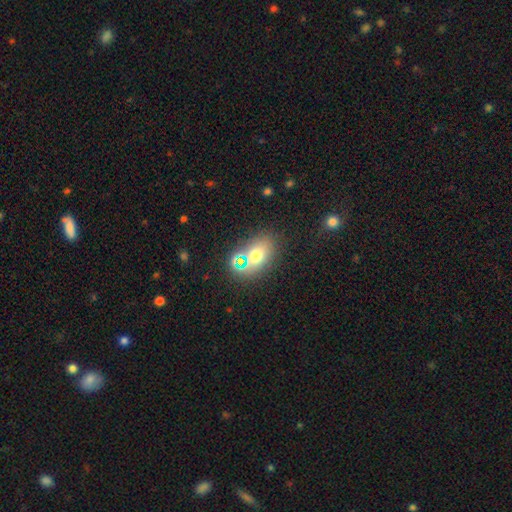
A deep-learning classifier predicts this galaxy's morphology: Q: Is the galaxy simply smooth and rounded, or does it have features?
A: smooth — 65%.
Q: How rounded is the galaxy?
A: in between — 73%.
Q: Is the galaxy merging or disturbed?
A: none — 74%.